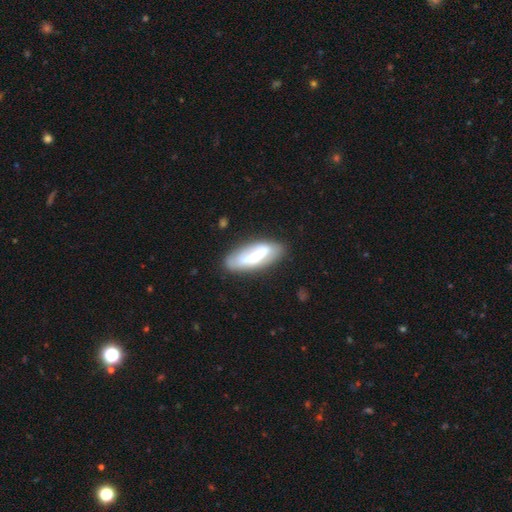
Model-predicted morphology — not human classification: This appears to be a featured or disk galaxy (47%). Merging: none (68%).